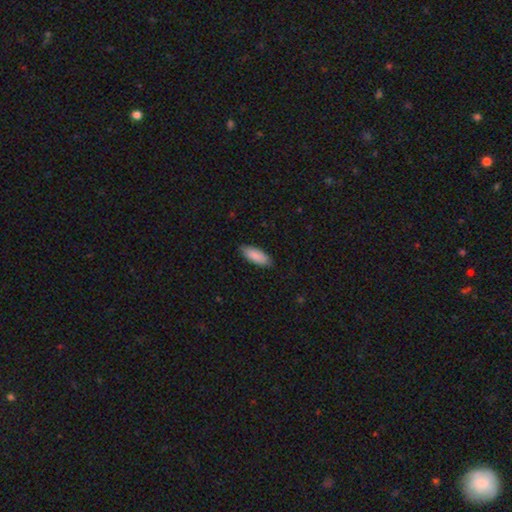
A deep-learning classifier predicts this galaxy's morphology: This is clearly a smooth galaxy (88%). How rounded: likely in between (78%). Merging: clearly none (85%).